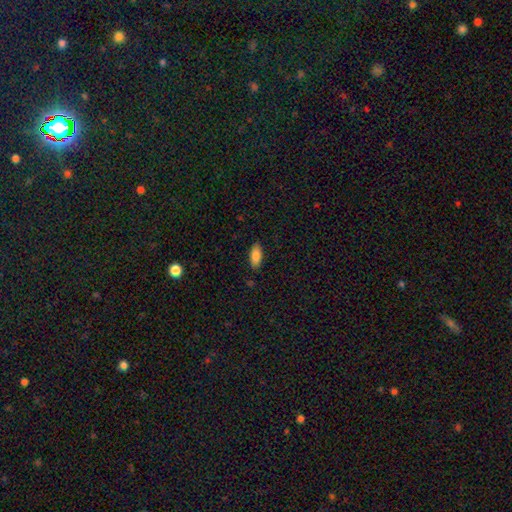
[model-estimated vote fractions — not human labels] A smooth galaxy with no disk features (86%) that is in between round and cigar-shaped (85%). Merging: none (86%).